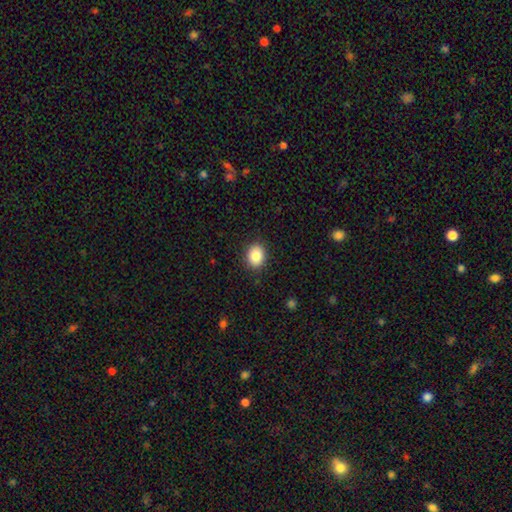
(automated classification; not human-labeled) This is clearly a smooth galaxy (85%). How rounded: possibly round (51%). Merging: clearly none (89%).